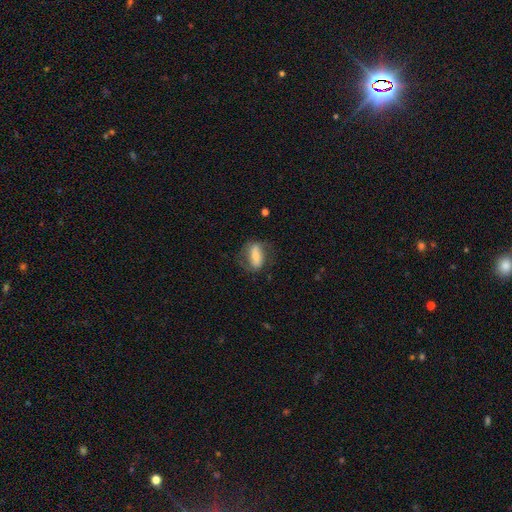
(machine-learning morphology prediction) smooth_or_featured: smooth (p=0.46) [tied with: featured or disk p=0.46]
merging: none (p=0.63) [alt: minor disturbance p=0.21]